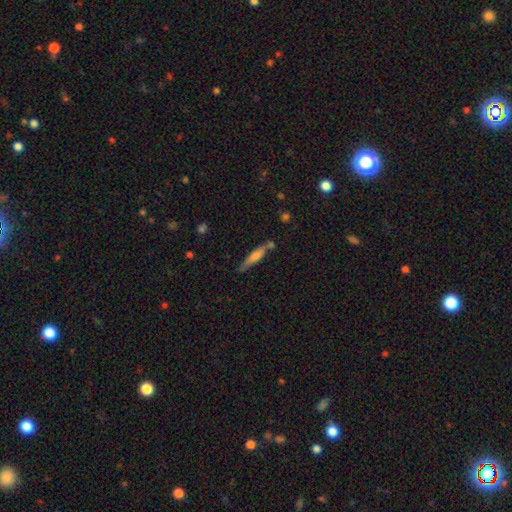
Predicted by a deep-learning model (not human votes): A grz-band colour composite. It shows a smooth galaxy with no disk features (51%) that is cigar-shaped (88%). Merging: none (69%).